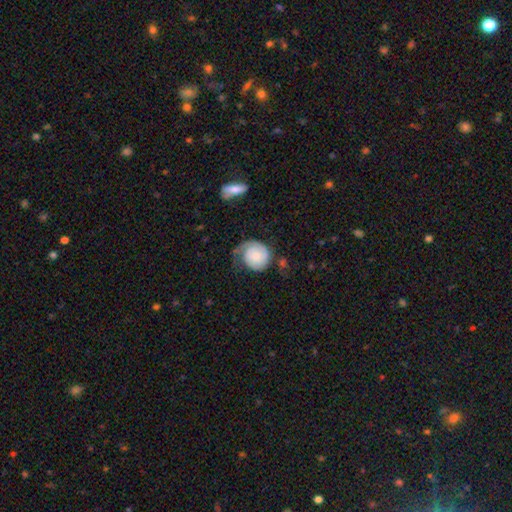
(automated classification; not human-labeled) featured or disk 58%, smooth 35%, star or artifact 6%. Down the decision tree: edge-on disk — no (98%); bar — no (75%); spiral arms — yes (89%); spiral arm count — 1 (54%); spiral winding — tight (57%); bulge size — small (56%); merging — none (44%).